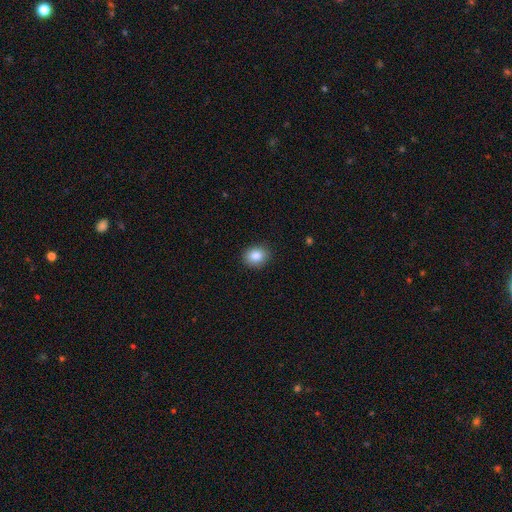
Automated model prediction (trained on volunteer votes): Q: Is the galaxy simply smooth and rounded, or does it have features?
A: smooth — 86%.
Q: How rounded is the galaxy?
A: round — 54%.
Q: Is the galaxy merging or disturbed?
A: none — 89%.